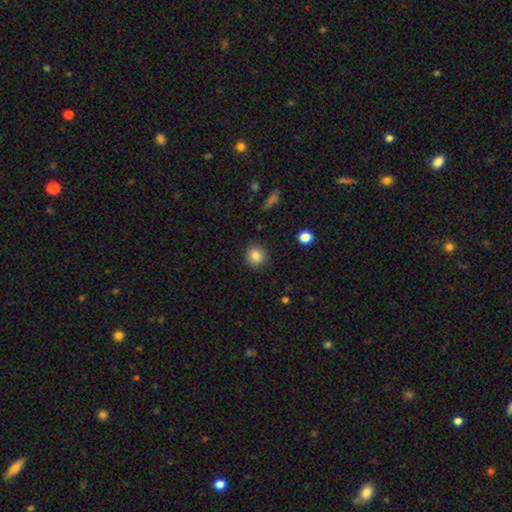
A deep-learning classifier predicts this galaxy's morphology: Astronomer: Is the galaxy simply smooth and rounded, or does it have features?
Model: smooth — 85%.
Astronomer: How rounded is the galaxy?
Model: round — 84%.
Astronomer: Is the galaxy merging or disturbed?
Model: none — 89%.